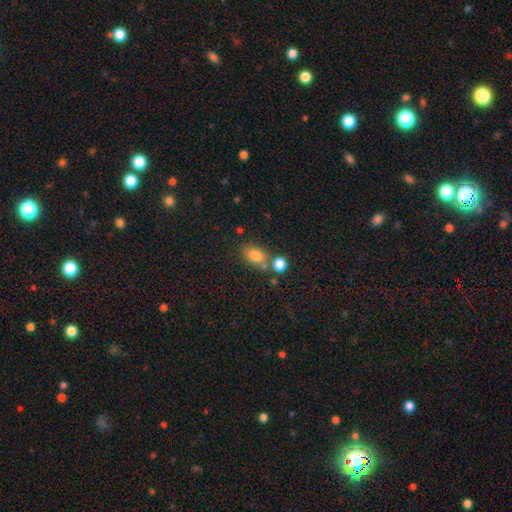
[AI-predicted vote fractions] This appears to be a smooth galaxy with no disk features (80%) that is in between round and cigar-shaped (71%). Merging: none (61%).